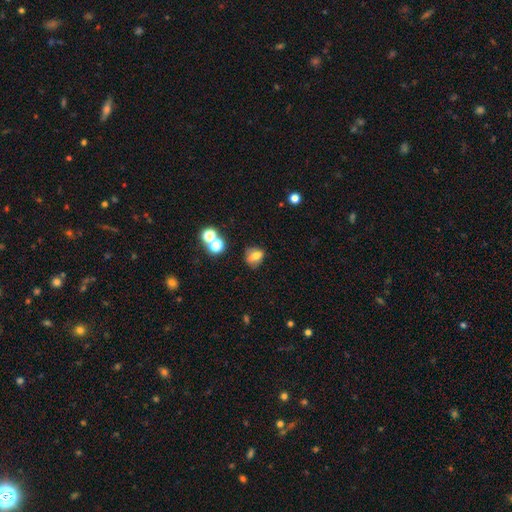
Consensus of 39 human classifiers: Morphology: type=smooth (77%); roundness=in between (63%); merging=none (57%).